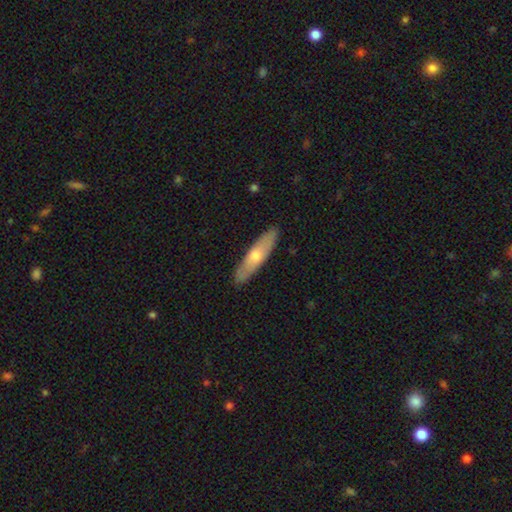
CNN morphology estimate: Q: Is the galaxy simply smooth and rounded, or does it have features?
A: smooth — 53%.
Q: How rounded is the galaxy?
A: cigar-shaped — 73%.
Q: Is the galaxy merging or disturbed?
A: none — 89%.